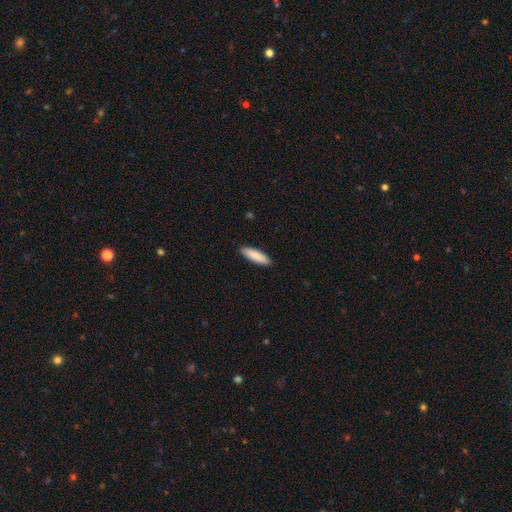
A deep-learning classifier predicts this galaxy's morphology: The model was most divided on "how rounded": cigar-shaped: 56%, in between: 43%, round: 1%. More confident: merging — none (90%); smooth or featured — smooth (88%).